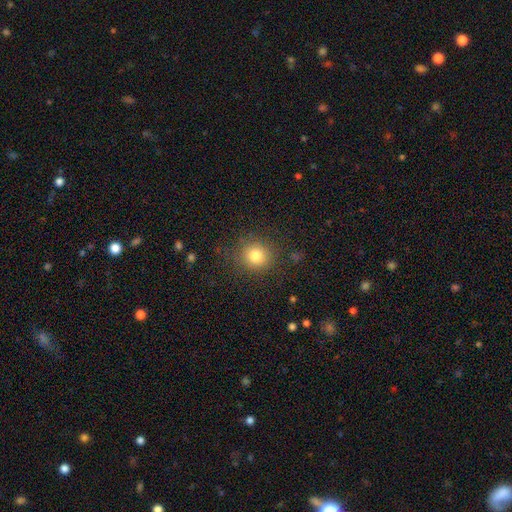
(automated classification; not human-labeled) smooth_or_featured: smooth (p=0.79) [alt: star or artifact p=0.13]
how_rounded: round (p=0.88) [alt: in between p=0.11]
merging: none (p=0.85) [alt: minor disturbance p=0.10]